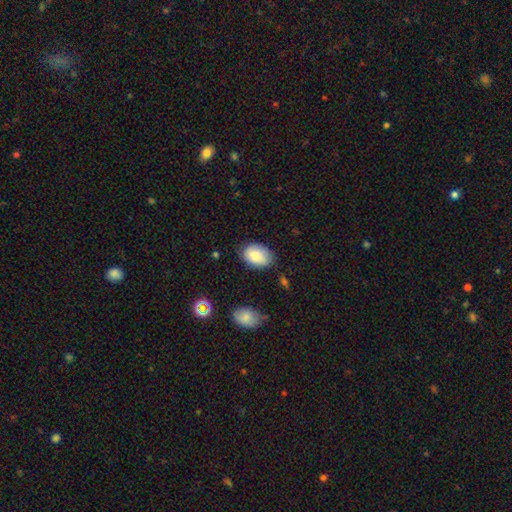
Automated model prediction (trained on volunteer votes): A smooth galaxy with no disk features (85%) that is in between round and cigar-shaped (83%).

Vote fractions:
- Smooth or featured? smooth: 85% / featured or disk: 8% / star or artifact: 7%
- How rounded? in between: 83% / round: 16% / cigar-shaped: 1%
- Merging? none: 73% / minor disturbance: 21% / major disturbance: 4% / merger: 2%